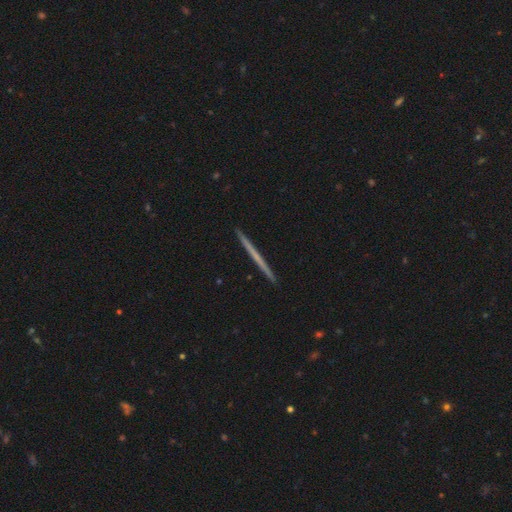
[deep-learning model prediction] Morphology: type=featured or disk (55%); edge-on=yes (98%); edge-on bulge=none (90%); merging=none (94%).